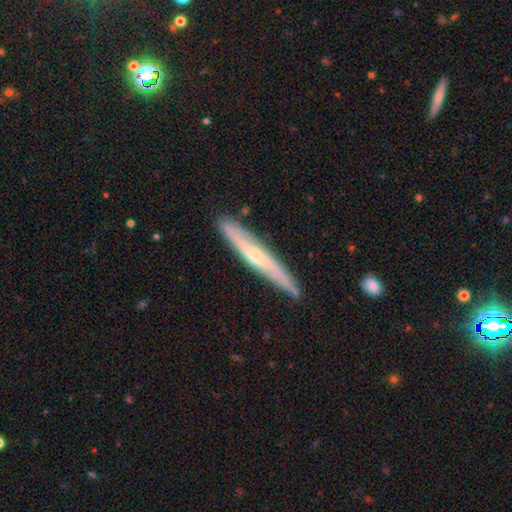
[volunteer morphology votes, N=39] Smooth or featured: featured or disk — 74% (smooth — 23%)
Edge-on disk: yes — 86% (no — 14%)
Edge-on bulge: rounded — 64% (none — 36%)
Merging: none — 87% (minor disturbance — 11%)